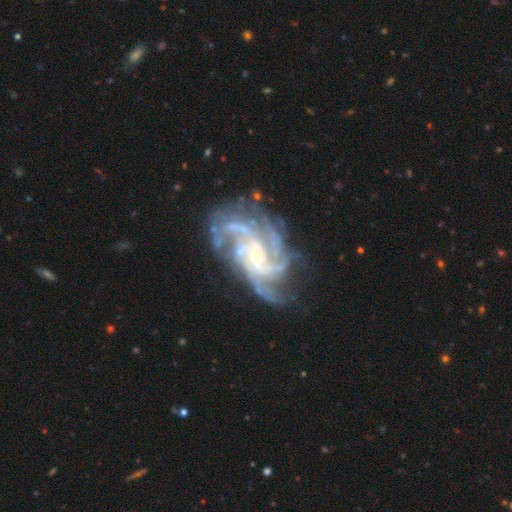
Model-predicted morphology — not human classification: This is clearly a featured or disk galaxy (91%). It is clearly not viewed edge-on (98%). Bar: possibly no (59%). Spiral arm pattern: clearly yes (98%). Spiral arm count: marginally 4 (35%). Spiral winding: possibly medium (47%). Central bulge: likely small (79%). Merging: likely none (62%).